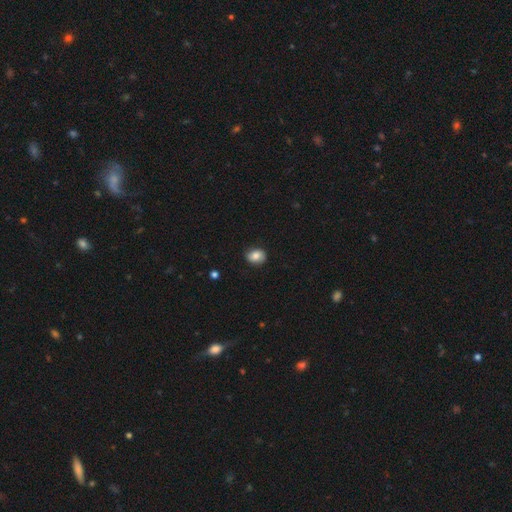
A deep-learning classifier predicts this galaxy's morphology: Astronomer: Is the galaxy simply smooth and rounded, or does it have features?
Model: smooth — 81%.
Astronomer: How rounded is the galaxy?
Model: in between — 56% (runner-up: round, 43%).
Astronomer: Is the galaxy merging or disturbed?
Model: none — 84%.